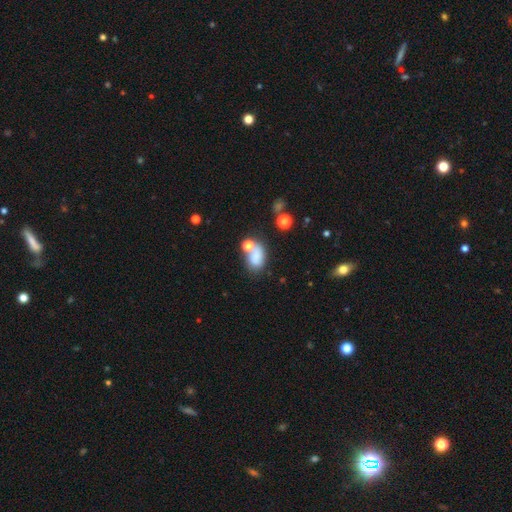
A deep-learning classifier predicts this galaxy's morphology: Smooth or featured? smooth (72%)
How rounded? in between (80%)
Merging? none (39%)